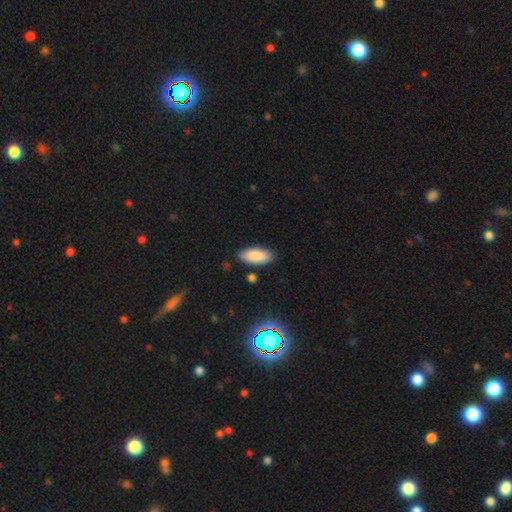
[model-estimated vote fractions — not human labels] A smooth galaxy with no disk features (87%) that is in between round and cigar-shaped (84%).

Vote fractions:
- Smooth or featured? smooth: 87% / star or artifact: 7% / featured or disk: 6%
- How rounded? in between: 84% / cigar-shaped: 15% / round: 2%
- Merging? none: 86% / minor disturbance: 10% / merger: 2% / major disturbance: 2%